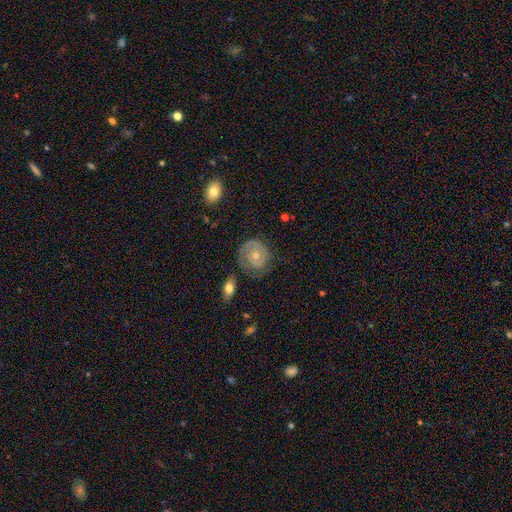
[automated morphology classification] type=featured or disk (74%); edge-on=no (97%); bar=no (79%); spiral arms=yes (87%); winding=tight (71%); arm count=2 (48%); bulge=small (49%); merging=none (72%).